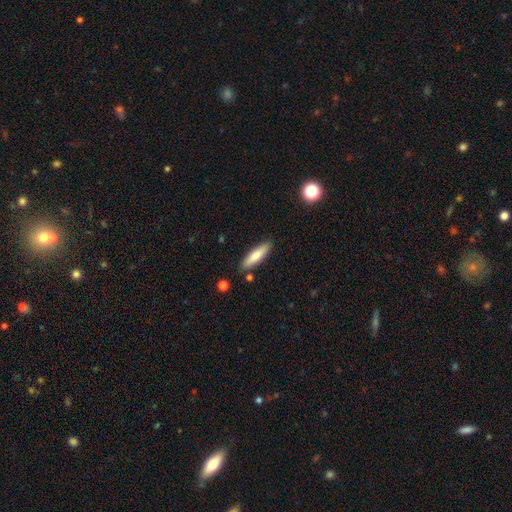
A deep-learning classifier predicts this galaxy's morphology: smooth-or-featured: smooth: 74% | featured or disk: 20% | star or artifact: 6%
  how-rounded: cigar-shaped: 70% | in between: 28% | round: 2%
  merging: none: 86% | minor disturbance: 10% | merger: 3% | major disturbance: 2%